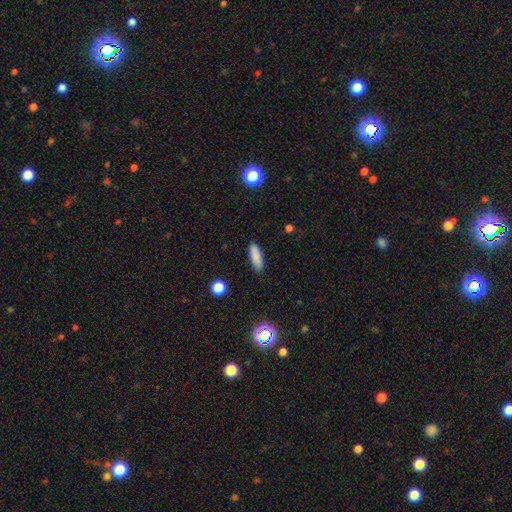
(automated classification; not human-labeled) A smooth galaxy with no disk features (86%) that is in between round and cigar-shaped (56%).

Vote fractions:
- Smooth or featured? smooth: 86% / star or artifact: 8% / featured or disk: 6%
- How rounded? in between: 56% / cigar-shaped: 42% / round: 2%
- Merging? none: 88% / minor disturbance: 9% / major disturbance: 2% / merger: 1%